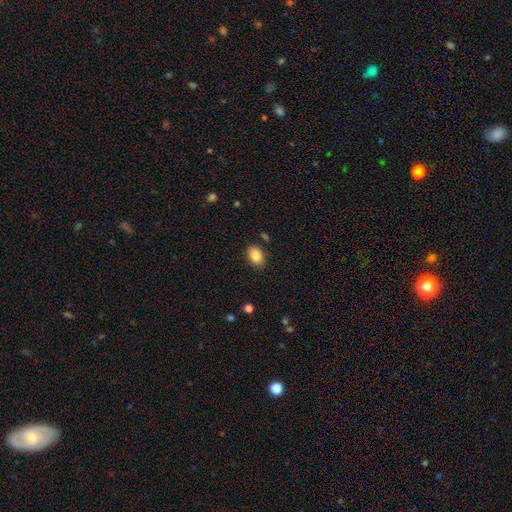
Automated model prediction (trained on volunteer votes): A smooth galaxy with no disk features (86%) that is in between round and cigar-shaped (85%). Merging: none (84%).